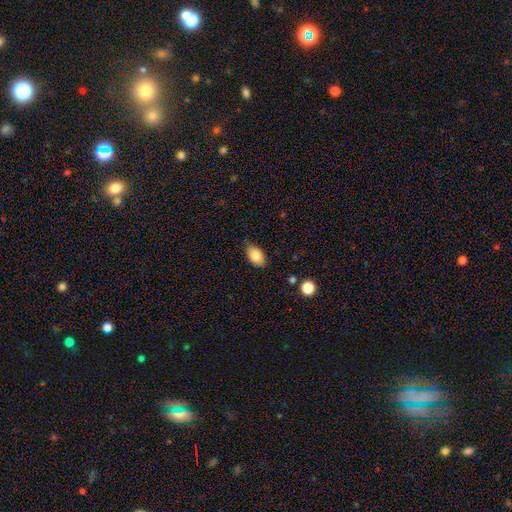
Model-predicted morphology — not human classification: smooth 83%, featured or disk 9%, star or artifact 8%. Down the decision tree: how rounded — in between (88%); merging — none (74%).